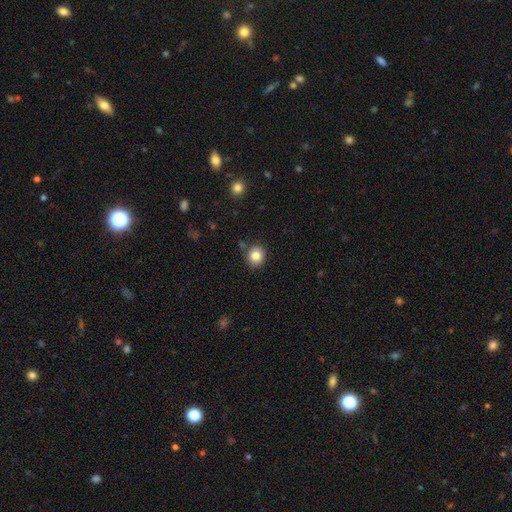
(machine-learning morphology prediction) Smooth or featured: smooth — 83% (star or artifact — 10%)
How rounded: round — 78% (in between — 21%)
Merging: none — 82% (minor disturbance — 11%)